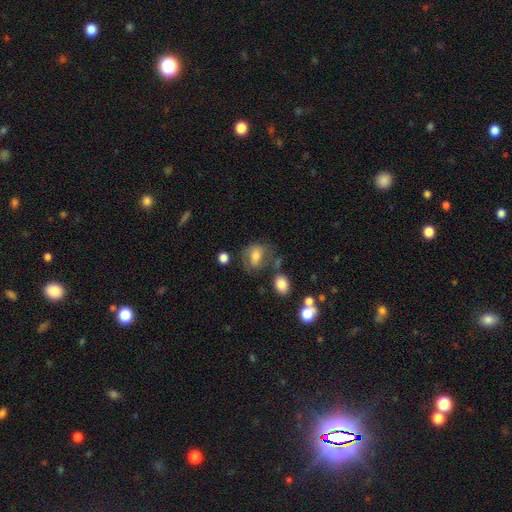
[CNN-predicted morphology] A smooth galaxy with no disk features (65%) that is in between round and cigar-shaped (66%). Merging: none (53%).